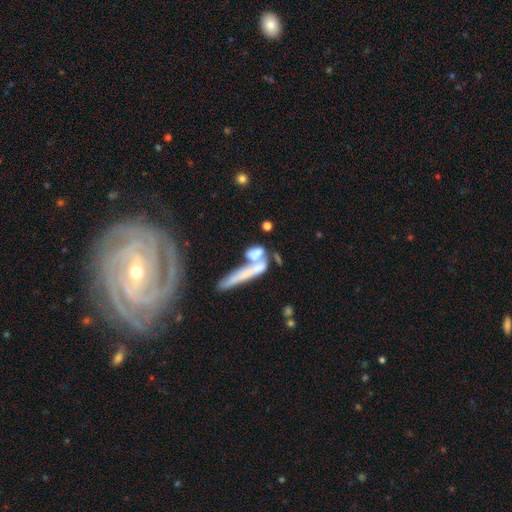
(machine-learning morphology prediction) A smooth galaxy with no disk features (57%) that is cigar-shaped (50%).

Vote fractions:
- Smooth or featured? smooth: 57% / featured or disk: 33% / star or artifact: 10%
- How rounded? cigar-shaped: 50% / in between: 35% / round: 14%
- Merging? merger: 50% / none: 29% / minor disturbance: 11% / major disturbance: 10%